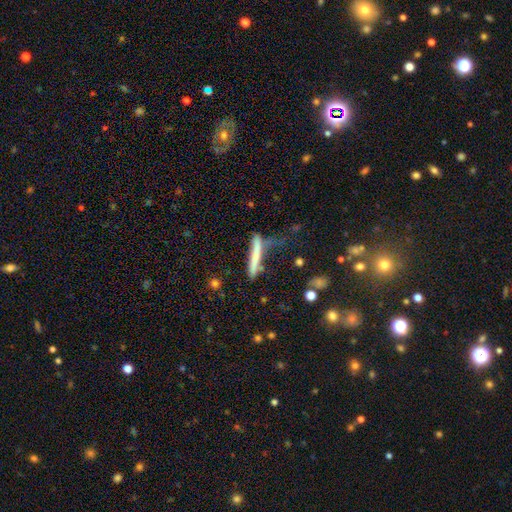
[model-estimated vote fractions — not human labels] Q: Smooth or featured?
A: smooth (67%); runner-up: featured or disk (25%)
Q: How rounded?
A: cigar-shaped (94%); runner-up: in between (4%)
Q: Merging?
A: none (52%); runner-up: minor disturbance (25%)